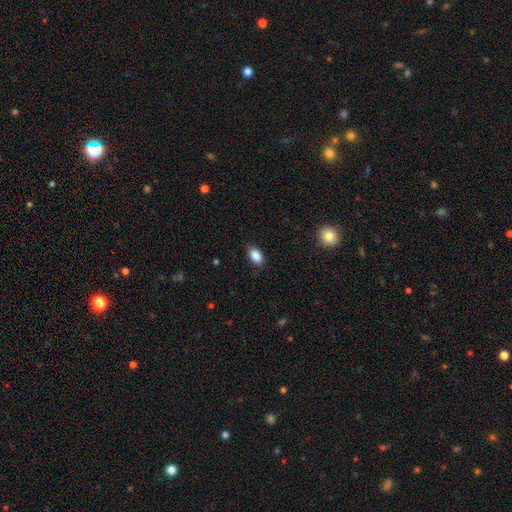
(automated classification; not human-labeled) This appears to be a smooth galaxy with no disk features (89%) that is in between round and cigar-shaped (92%). Merging: none (84%).